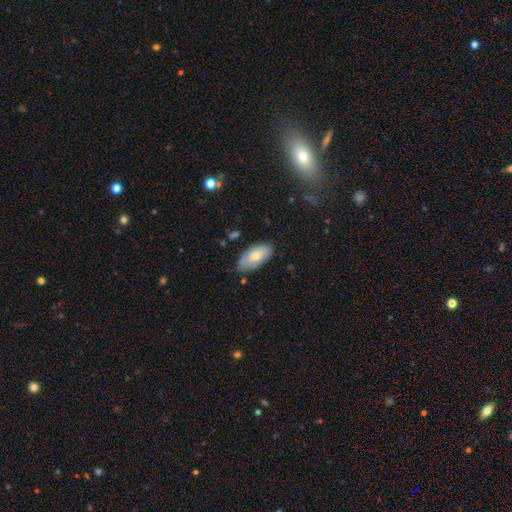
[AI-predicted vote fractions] Morphology: type=smooth (67%); roundness=in between (94%); merging=none (76%).